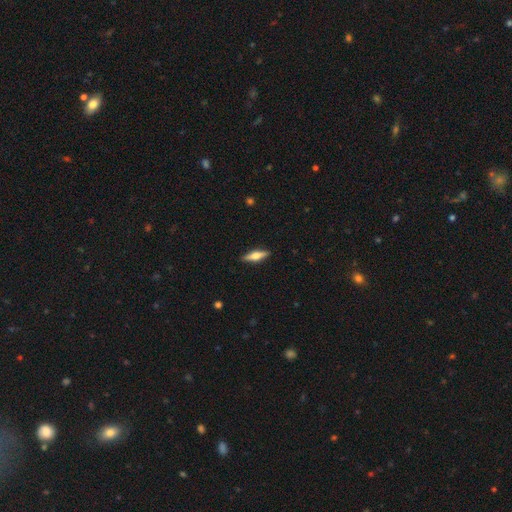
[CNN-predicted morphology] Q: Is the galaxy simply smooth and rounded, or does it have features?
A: featured or disk — 55%.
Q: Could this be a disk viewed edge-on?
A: yes — 96%.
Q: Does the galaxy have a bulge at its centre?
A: rounded — 90%.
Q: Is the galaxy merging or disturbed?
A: none — 90%.